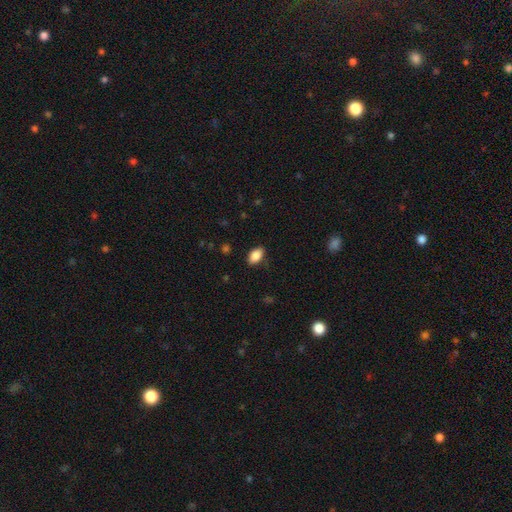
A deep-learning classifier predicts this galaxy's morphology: Q: Smooth or featured?
A: smooth (87%); runner-up: star or artifact (8%)
Q: How rounded?
A: in between (91%); runner-up: round (7%)
Q: Merging?
A: none (83%); runner-up: minor disturbance (13%)